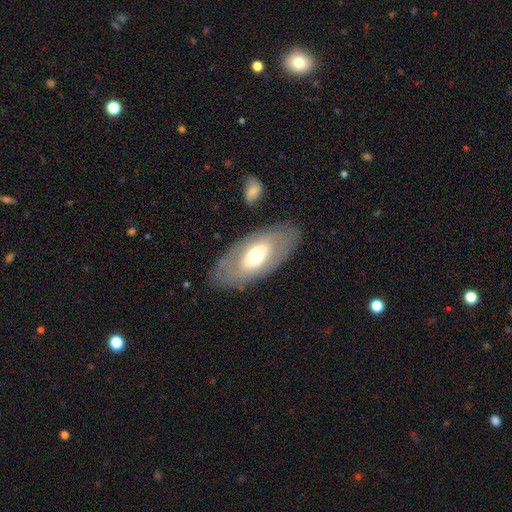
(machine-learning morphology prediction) Q: Smooth or featured?
A: featured or disk (51%); runner-up: smooth (43%)
Q: Edge-on disk?
A: no (85%); runner-up: yes (15%)
Q: Merging?
A: none (82%); runner-up: minor disturbance (11%)